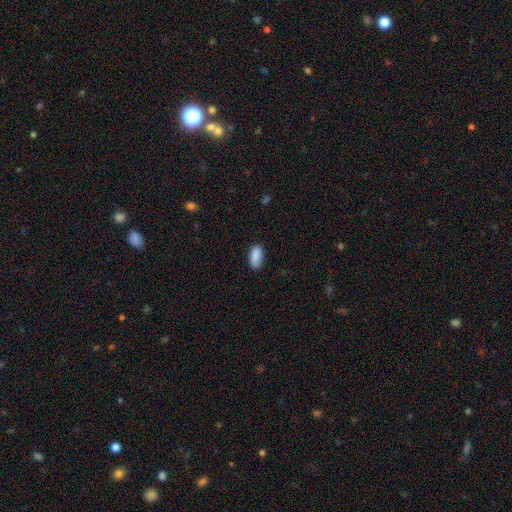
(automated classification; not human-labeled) Smooth or featured? Predicted: smooth (p=0.89). How rounded? Predicted: in between (p=0.89). Merging? Predicted: none (p=0.81).